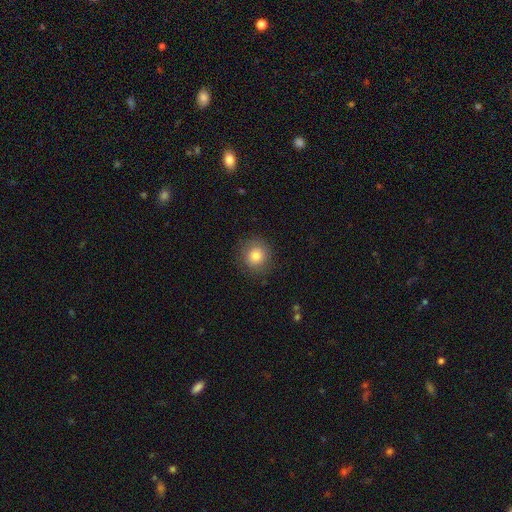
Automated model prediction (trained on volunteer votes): Smooth or featured? smooth (81%)
How rounded? round (92%)
Merging? none (87%)